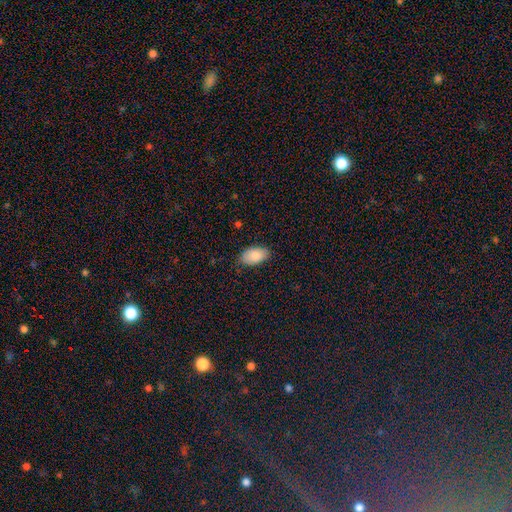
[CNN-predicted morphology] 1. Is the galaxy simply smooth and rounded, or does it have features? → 87% smooth, 7% featured or disk, 7% star or artifact.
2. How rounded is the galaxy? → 94% in between, 4% round, 2% cigar-shaped.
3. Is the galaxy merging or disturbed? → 80% none, 16% minor disturbance, 3% major disturbance, 1% merger.